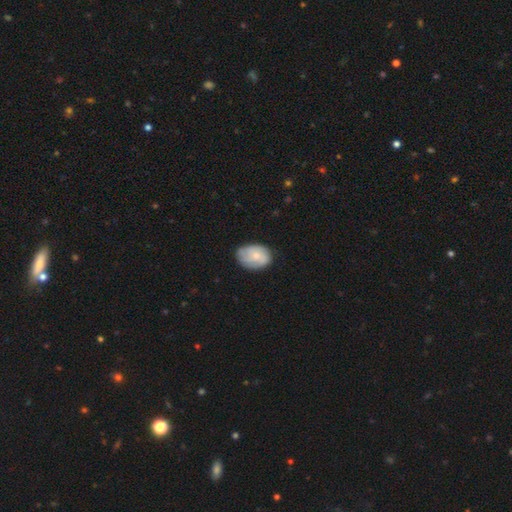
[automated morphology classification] smooth 61%, featured or disk 32%, star or artifact 6%. Down the decision tree: how rounded — in between (77%); merging — none (69%).